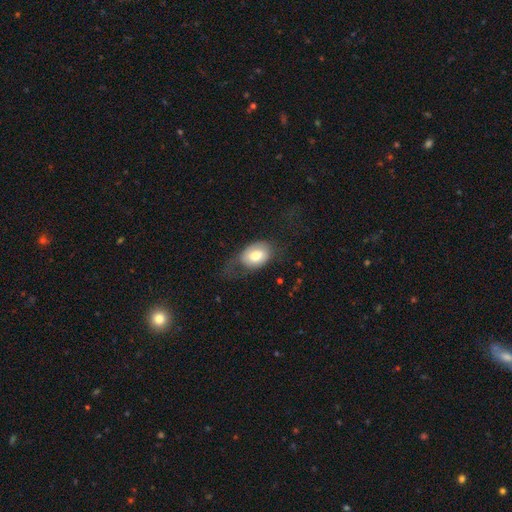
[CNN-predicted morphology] Smooth or featured? smooth (71%)
How rounded? in between (78%)
Merging? none (42%)